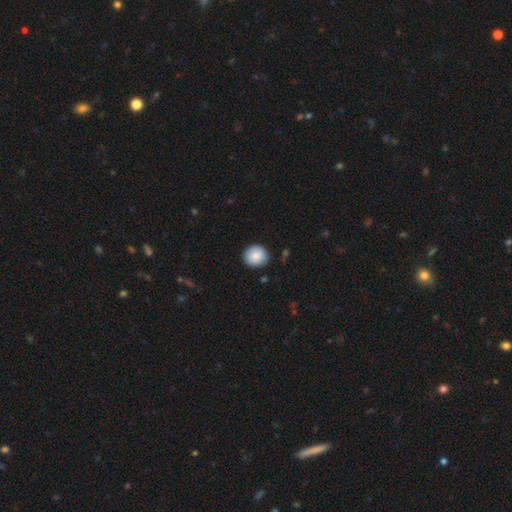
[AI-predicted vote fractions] Smooth or featured? Predicted: smooth (p=0.86). How rounded? Predicted: round (p=0.87). Merging? Predicted: none (p=0.87).